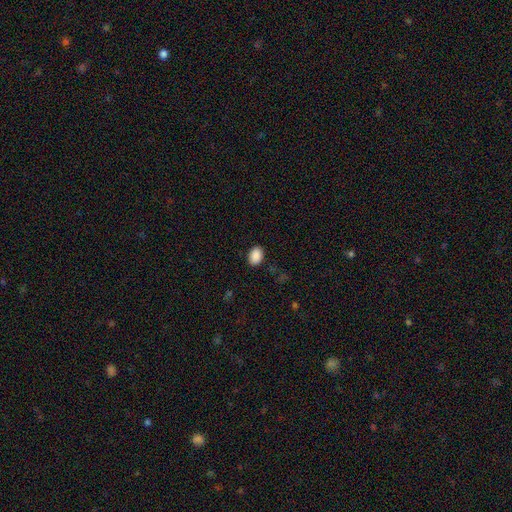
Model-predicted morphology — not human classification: Smooth or featured: smooth — 90% (star or artifact — 8%)
How rounded: in between — 82% (round — 17%)
Merging: none — 88% (minor disturbance — 9%)